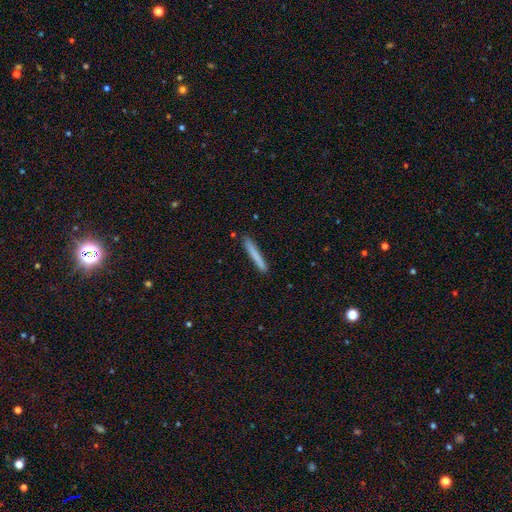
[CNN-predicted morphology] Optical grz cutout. It shows a smooth galaxy with no disk features (77%) that is cigar-shaped (97%). Merging: none (89%).